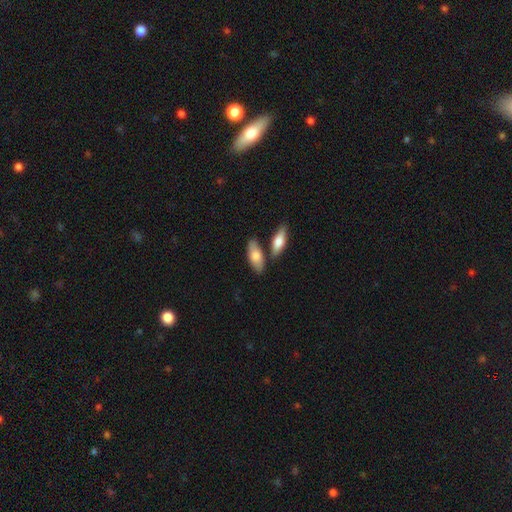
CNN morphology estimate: type=smooth (75%); roundness=in between (79%); merging=none (65%).